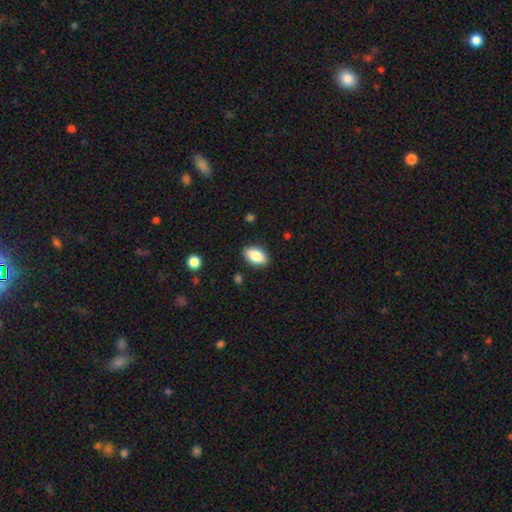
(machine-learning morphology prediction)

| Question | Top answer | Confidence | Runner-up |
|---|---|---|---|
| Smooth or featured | smooth | 83% | featured or disk (10%) |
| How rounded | in between | 90% | round (7%) |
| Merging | none | 87% | minor disturbance (10%) |